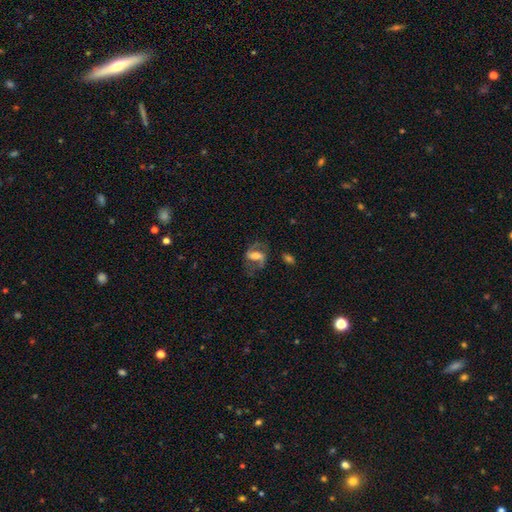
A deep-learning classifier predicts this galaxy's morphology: This is likely a featured or disk galaxy (66%). It is clearly not viewed edge-on (94%). Bar: marginally strong (42%). Spiral arm pattern: clearly yes (85%). Spiral arm count: clearly 2 (85%). Spiral winding: marginally medium (44%). Central bulge: marginally moderate (39%). Merging: possibly none (57%).